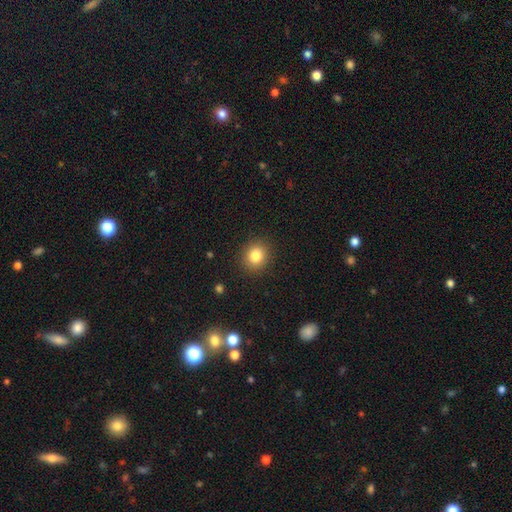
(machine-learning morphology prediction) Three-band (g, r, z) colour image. It shows a smooth galaxy with no disk features (83%) that is round (77%). Merging: none (89%).